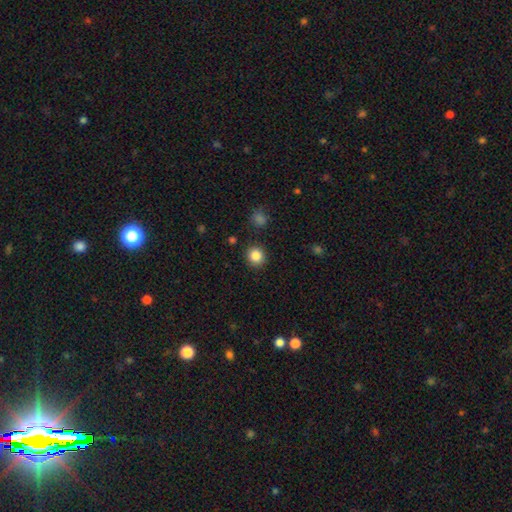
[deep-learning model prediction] This appears to be a smooth galaxy with no disk features (86%) that is round (89%). Merging: none (89%).